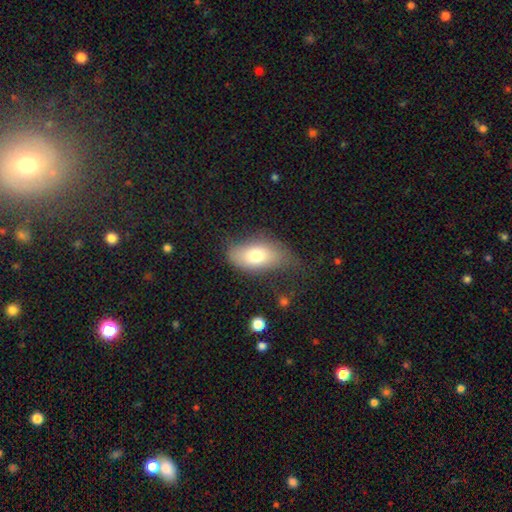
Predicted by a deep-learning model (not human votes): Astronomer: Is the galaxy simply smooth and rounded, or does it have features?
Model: smooth — 73%.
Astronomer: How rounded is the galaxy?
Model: in between — 90%.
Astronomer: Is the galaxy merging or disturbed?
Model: none — 48% (runner-up: minor disturbance, 31%).